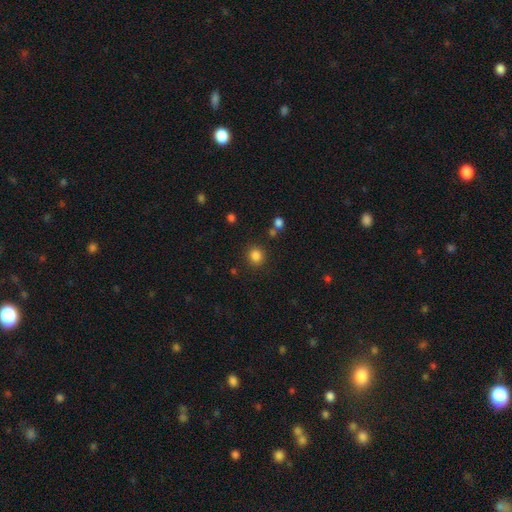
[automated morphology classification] Smooth or featured? smooth (83%)
How rounded? round (91%)
Merging? none (86%)